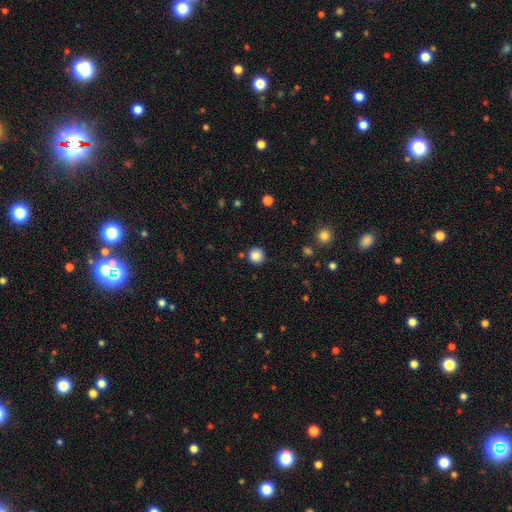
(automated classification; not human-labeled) This appears to be a smooth galaxy with no disk features (85%) that is round (95%). Merging: none (89%).